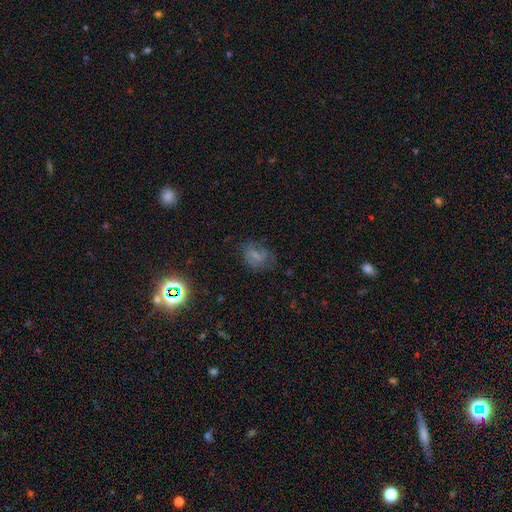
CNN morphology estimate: Smooth or featured? smooth (49%)
Merging? none (56%)